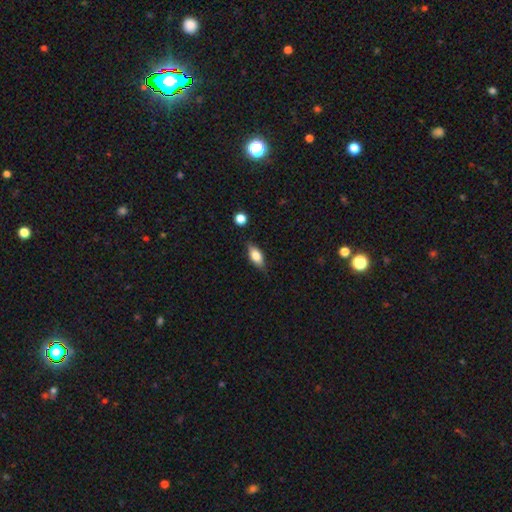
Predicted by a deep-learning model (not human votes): Smooth or featured?
  - smooth: 61% *
  - featured or disk: 31%
  - star or artifact: 8%
How rounded?
  - in between: 79% *
  - cigar-shaped: 16%
  - round: 5%
Merging?
  - none: 77% *
  - minor disturbance: 17%
  - major disturbance: 4%
  - merger: 2%